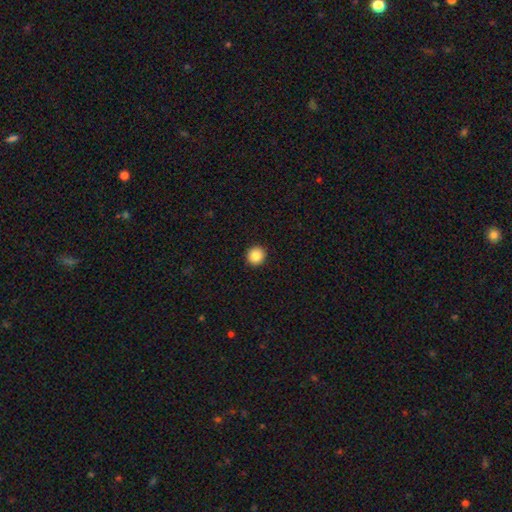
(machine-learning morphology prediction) A smooth galaxy with no disk features (87%) that is round (94%). Merging: none (94%).